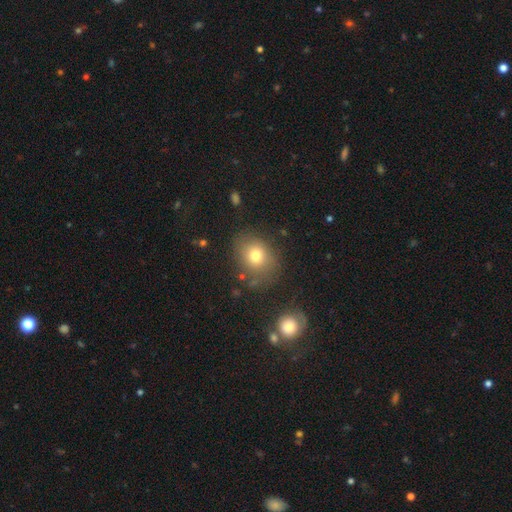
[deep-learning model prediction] Smooth or featured? smooth (74%)
How rounded? round (57%)
Merging? none (74%)